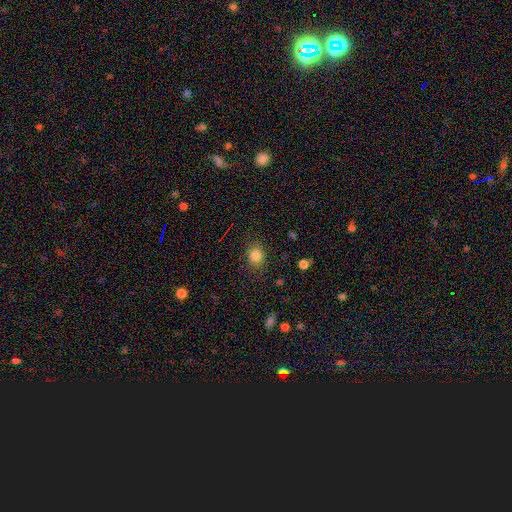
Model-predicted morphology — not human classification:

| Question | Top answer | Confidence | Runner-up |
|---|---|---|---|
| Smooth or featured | smooth | 83% | star or artifact (12%) |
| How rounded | round | 58% | in between (41%) |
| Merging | none | 83% | minor disturbance (12%) |